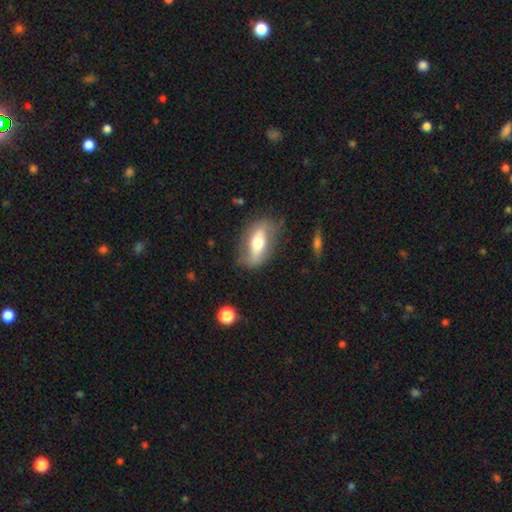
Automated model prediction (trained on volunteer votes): A featured or disk galaxy (55%).

Vote fractions:
- Smooth or featured? featured or disk: 55% / smooth: 36% / star or artifact: 9%
- Edge-on disk? no: 77% / yes: 23%
- Merging? none: 76% / minor disturbance: 16% / major disturbance: 6% / merger: 2%